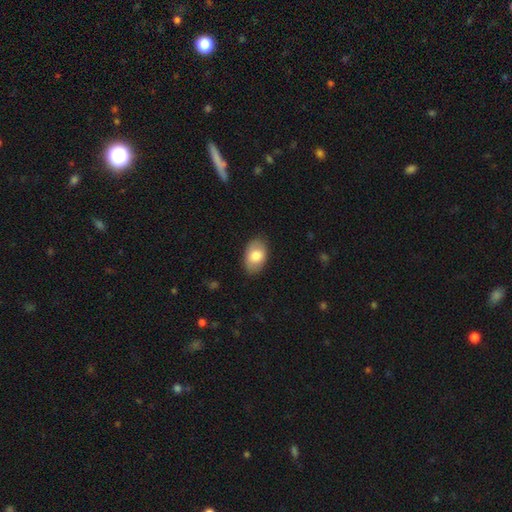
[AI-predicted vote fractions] This is likely a smooth galaxy (79%). How rounded: clearly in between (89%). Merging: clearly none (84%).